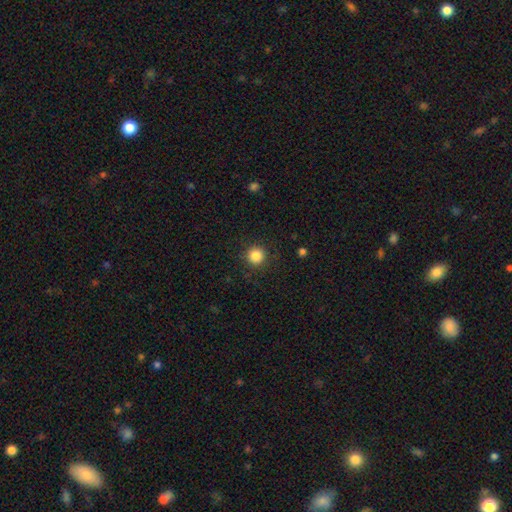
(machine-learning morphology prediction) Overall: smooth (85%). How rounded: round (95%). Merging: none (91%).